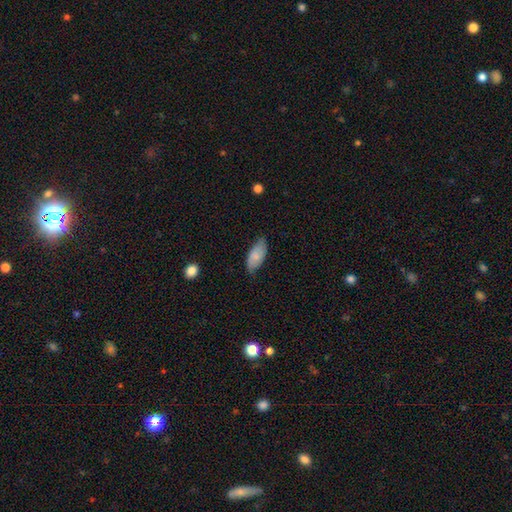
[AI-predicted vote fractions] smooth-or-featured: smooth: 78% | featured or disk: 16% | star or artifact: 6%
  how-rounded: in between: 91% | cigar-shaped: 6% | round: 2%
  merging: none: 69% | minor disturbance: 26% | major disturbance: 4% | merger: 1%